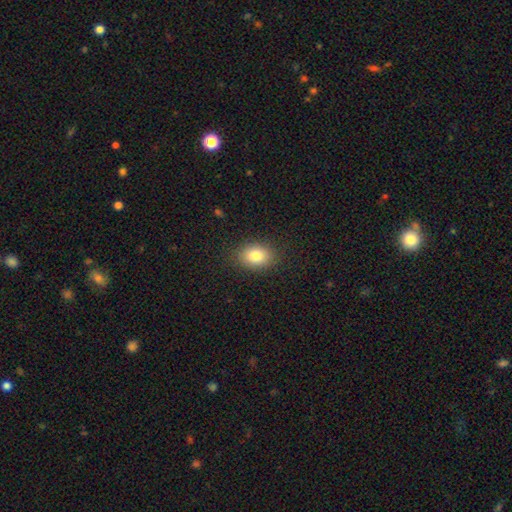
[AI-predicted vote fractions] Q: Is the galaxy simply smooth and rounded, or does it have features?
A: smooth — 83%.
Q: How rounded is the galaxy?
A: in between — 70%.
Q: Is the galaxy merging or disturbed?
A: none — 86%.